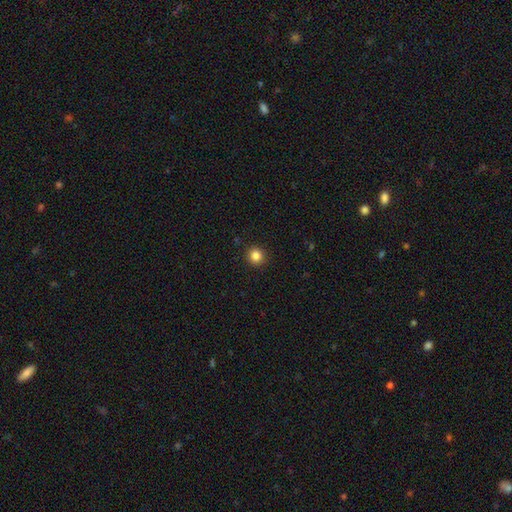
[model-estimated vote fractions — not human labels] Smooth or featured?
  - smooth: 84% *
  - star or artifact: 11%
  - featured or disk: 4%
How rounded?
  - round: 91% *
  - in between: 8%
  - cigar-shaped: 1%
Merging?
  - none: 92% *
  - minor disturbance: 5%
  - major disturbance: 2%
  - merger: 1%